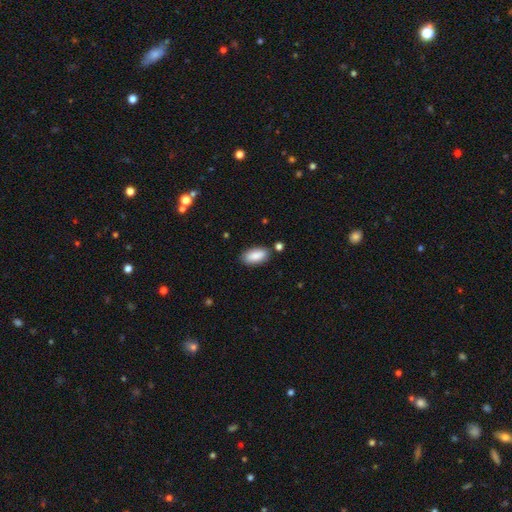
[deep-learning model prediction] A smooth galaxy with no disk features (87%) that is in between round and cigar-shaped (91%).

Vote fractions:
- Smooth or featured? smooth: 87% / star or artifact: 6% / featured or disk: 6%
- How rounded? in between: 91% / cigar-shaped: 6% / round: 2%
- Merging? none: 81% / minor disturbance: 12% / merger: 4% / major disturbance: 3%